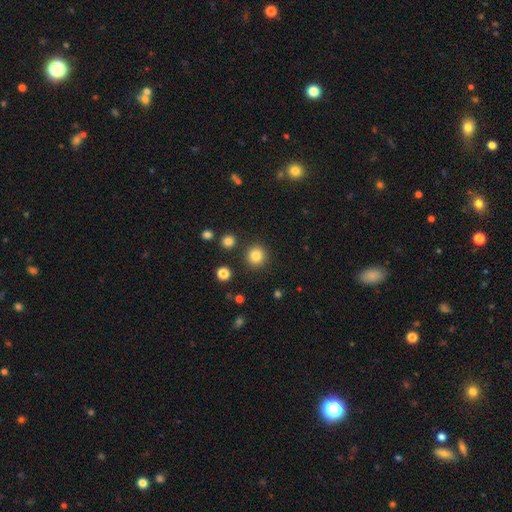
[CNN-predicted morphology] Overall: smooth (83%). How rounded: round (93%). Merging: none (89%).